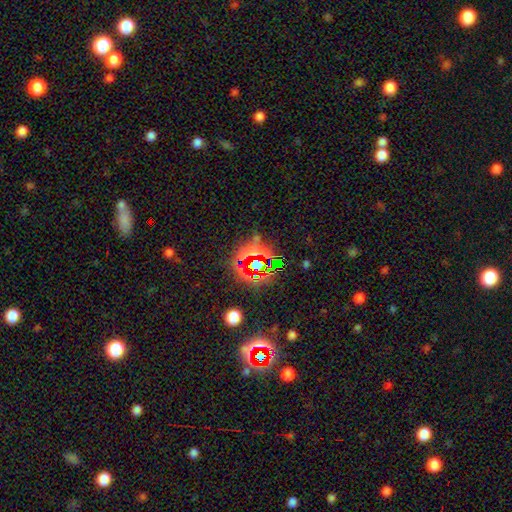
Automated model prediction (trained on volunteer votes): A star or artifact, not a galaxy (75%).

Vote fractions:
- Smooth or featured? star or artifact: 75% / smooth: 14% / featured or disk: 10%